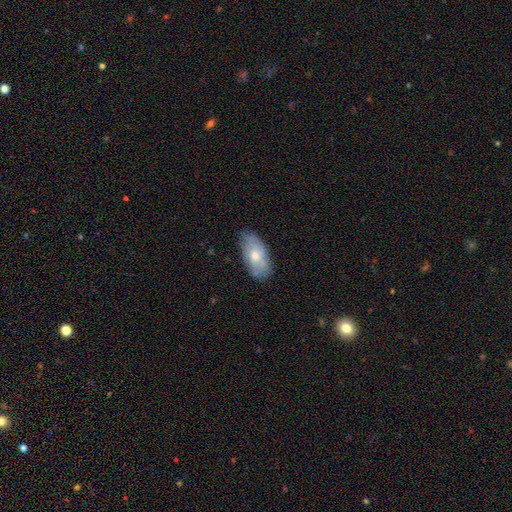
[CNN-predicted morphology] Smooth or featured? smooth (59%)
How rounded? in between (93%)
Merging? none (69%)